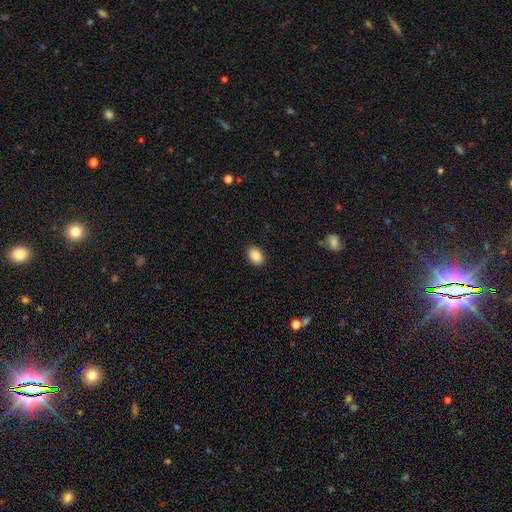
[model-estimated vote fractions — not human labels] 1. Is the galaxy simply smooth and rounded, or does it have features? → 88% smooth, 8% star or artifact, 4% featured or disk.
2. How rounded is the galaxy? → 78% in between, 21% round, 1% cigar-shaped.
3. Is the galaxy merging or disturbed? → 89% none, 8% minor disturbance, 2% major disturbance, 1% merger.